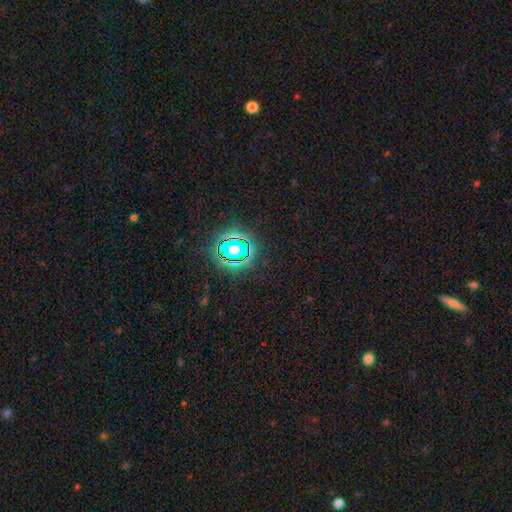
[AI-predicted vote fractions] This is clearly a star or artifact rather than a galaxy (81%).